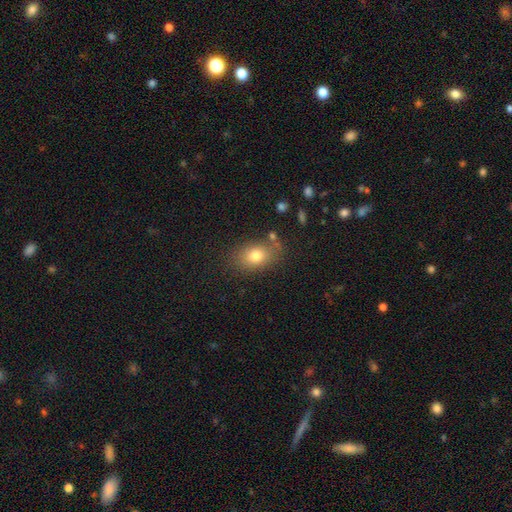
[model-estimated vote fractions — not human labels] Overall: smooth (77%). How rounded: in between (77%). Merging: none (74%).